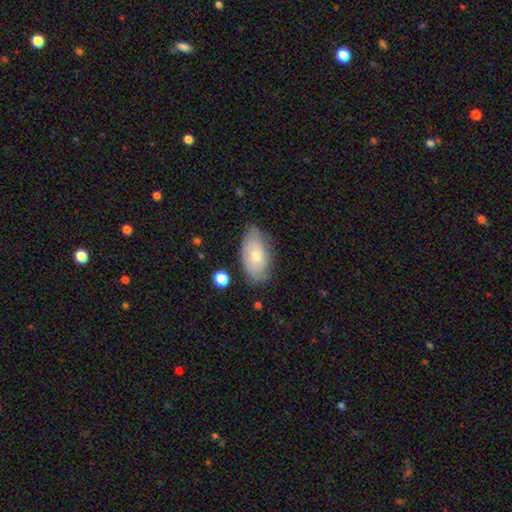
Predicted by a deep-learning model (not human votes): Smooth or featured: smooth — 58% (featured or disk — 35%)
How rounded: in between — 93% (round — 4%)
Merging: none — 73% (minor disturbance — 21%)